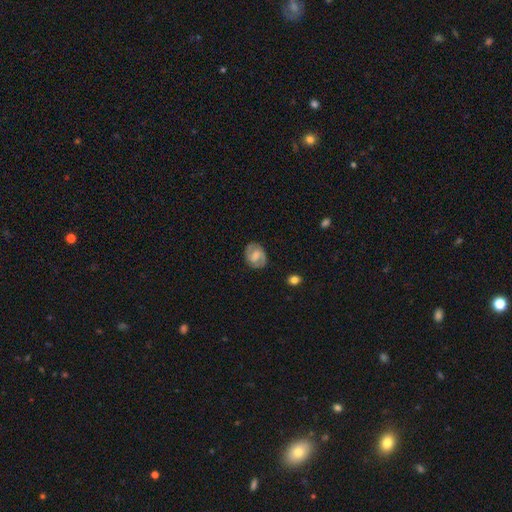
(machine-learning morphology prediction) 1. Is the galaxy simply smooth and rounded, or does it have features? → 62% featured or disk, 31% smooth, 7% star or artifact.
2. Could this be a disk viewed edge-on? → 97% no, 3% yes.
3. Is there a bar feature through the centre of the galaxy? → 50% weak, 28% no, 22% strong.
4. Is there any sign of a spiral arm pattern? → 86% yes, 14% no.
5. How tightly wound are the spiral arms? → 47% medium, 38% tight, 16% loose.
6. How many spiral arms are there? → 86% 2, 8% can't tell, 3% 1, 1% 3, 1% 4, 1% more than 4.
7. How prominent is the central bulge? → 38% moderate, 27% small, 18% none, 15% large, 2% dominant.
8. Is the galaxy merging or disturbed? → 82% none, 12% minor disturbance, 4% major disturbance, 1% merger.